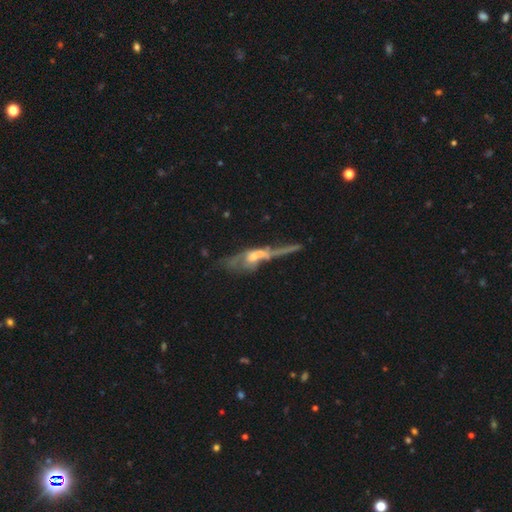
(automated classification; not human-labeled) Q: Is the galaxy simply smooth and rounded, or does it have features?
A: featured or disk — 61%.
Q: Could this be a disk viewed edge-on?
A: no — 55%.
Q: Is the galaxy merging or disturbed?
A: merger — 32%.